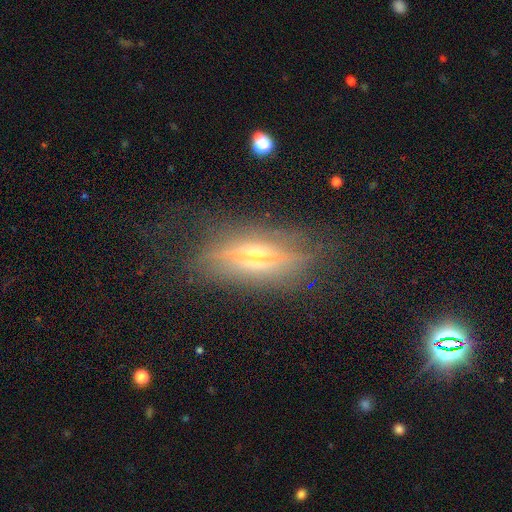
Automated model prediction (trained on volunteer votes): Morphology: type=featured or disk (57%); edge-on=yes (72%); merging=none (63%).